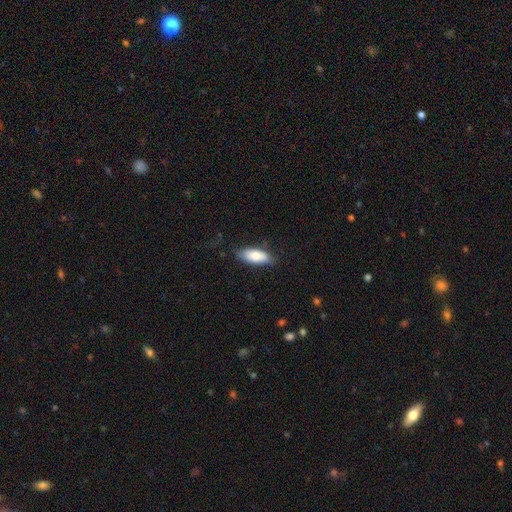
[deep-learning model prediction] Morphology: type=smooth (80%); roundness=in between (83%); merging=none (73%).